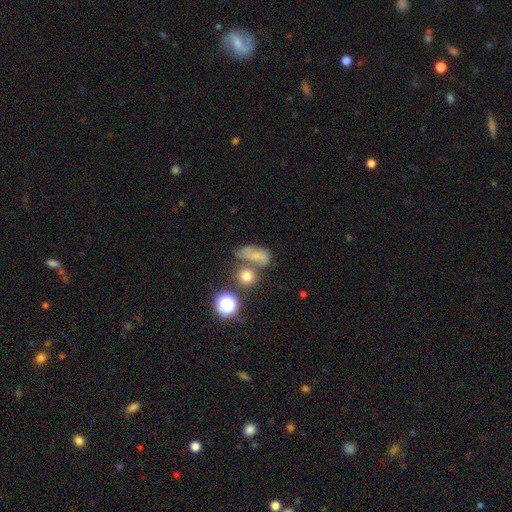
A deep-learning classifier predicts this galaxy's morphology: type=smooth (59%); roundness=in between (63%); merging=none (36%).